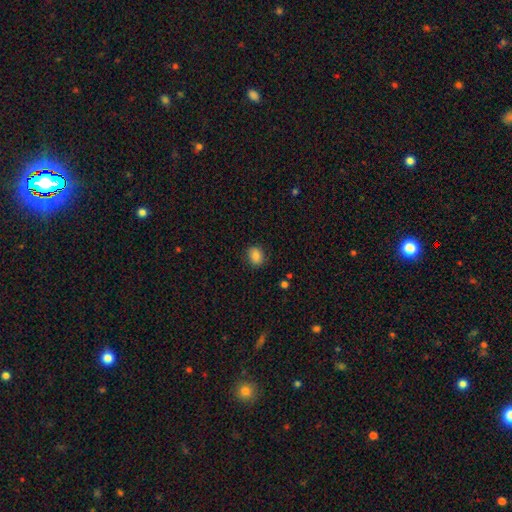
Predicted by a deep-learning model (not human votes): The model was most divided on "how rounded": round: 55%, in between: 44%, cigar-shaped: 1%. More confident: smooth or featured — smooth (85%); merging — none (84%).